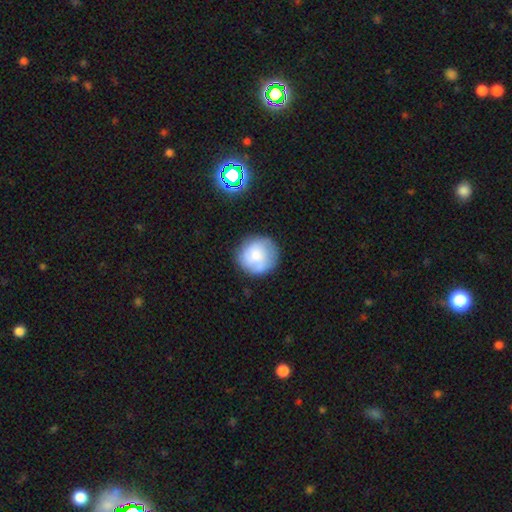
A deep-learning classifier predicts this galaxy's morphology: Smooth or featured: smooth — 66% (featured or disk — 26%)
How rounded: round — 91% (in between — 8%)
Merging: none — 74% (minor disturbance — 17%)